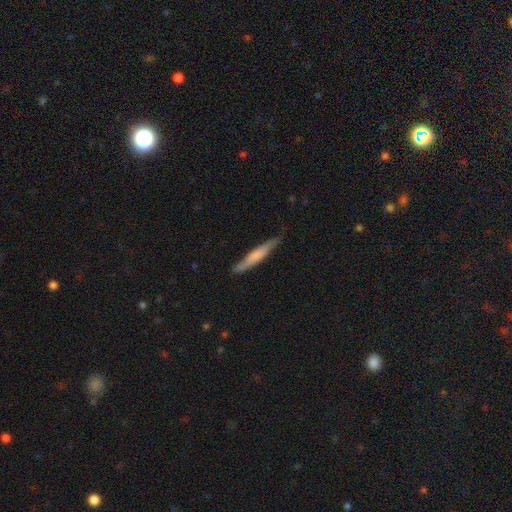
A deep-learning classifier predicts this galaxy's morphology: Smooth or featured?
  - smooth: 58% *
  - featured or disk: 36%
  - star or artifact: 5%
How rounded?
  - cigar-shaped: 93% *
  - in between: 6%
  - round: 1%
Merging?
  - none: 79% *
  - minor disturbance: 17%
  - major disturbance: 3%
  - merger: 1%